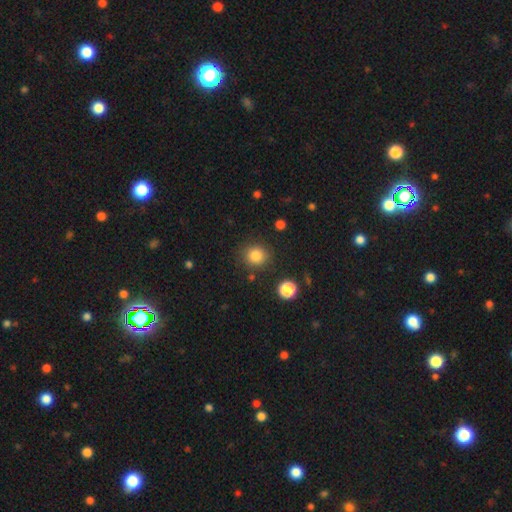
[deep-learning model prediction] Smooth or featured?
  - smooth: 83% *
  - star or artifact: 11%
  - featured or disk: 5%
How rounded?
  - round: 87% *
  - in between: 12%
  - cigar-shaped: 1%
Merging?
  - none: 85% *
  - minor disturbance: 9%
  - major disturbance: 3%
  - merger: 3%